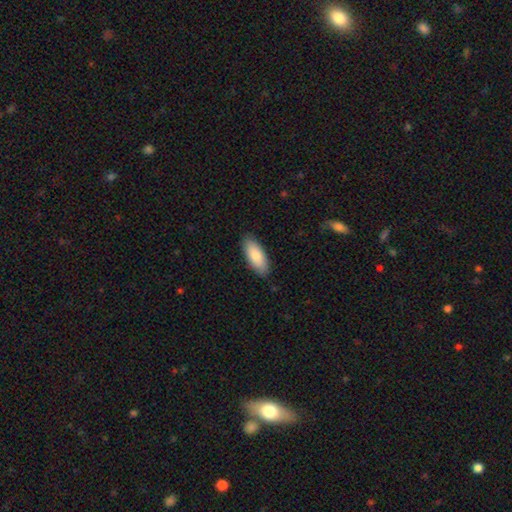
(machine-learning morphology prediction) A smooth galaxy with no disk features (84%) that is in between round and cigar-shaped (82%). Merging: none (86%).